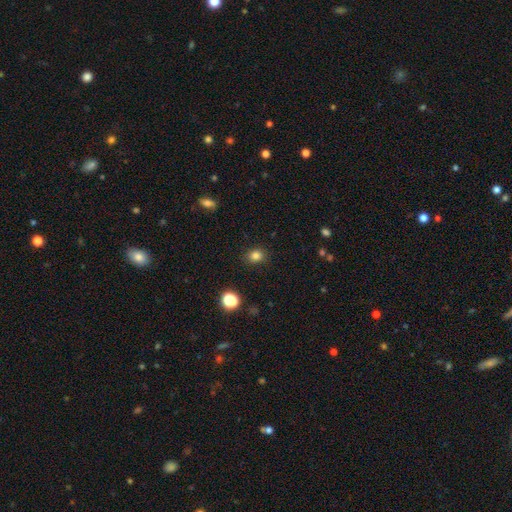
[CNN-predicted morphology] This is clearly a smooth galaxy (82%). How rounded: likely round (62%). Merging: clearly none (87%).